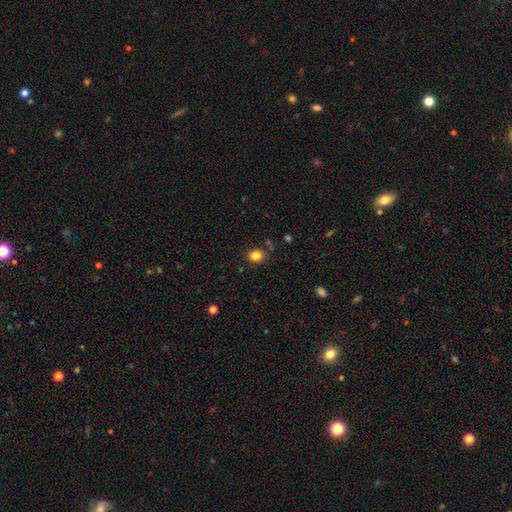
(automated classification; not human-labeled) The model was most divided on "how rounded": round: 72%, in between: 27%, cigar-shaped: 1%. More confident: merging — none (85%); smooth or featured — smooth (84%).